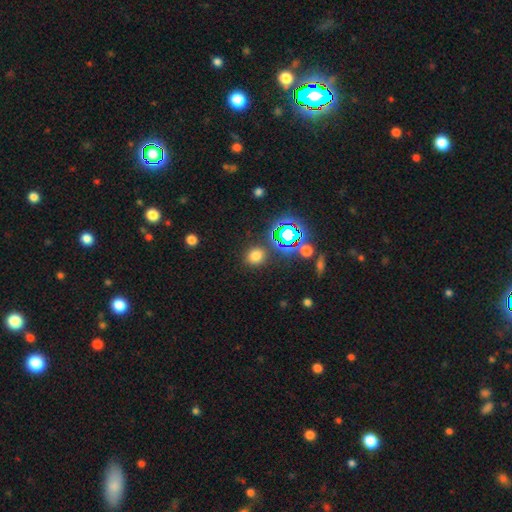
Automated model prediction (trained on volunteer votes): Overall: smooth (69%). How rounded: round (76%). Merging: none (85%).